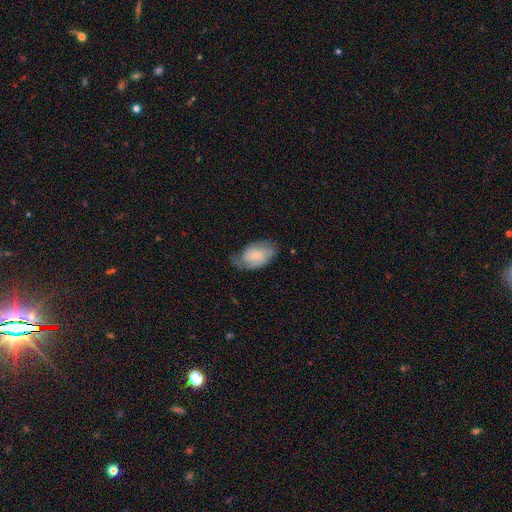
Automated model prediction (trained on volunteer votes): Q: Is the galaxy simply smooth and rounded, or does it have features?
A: featured or disk — 54%.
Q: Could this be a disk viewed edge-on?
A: no — 95%.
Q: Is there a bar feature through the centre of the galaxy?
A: no — 67%.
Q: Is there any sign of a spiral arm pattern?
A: yes — 86%.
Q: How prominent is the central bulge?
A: small — 67%.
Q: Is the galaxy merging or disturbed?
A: none — 57%.